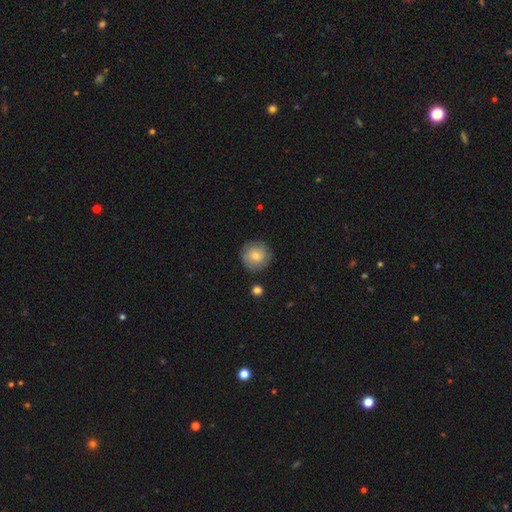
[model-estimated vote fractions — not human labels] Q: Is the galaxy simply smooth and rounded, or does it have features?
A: smooth — 63%.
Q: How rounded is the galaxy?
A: round — 94%.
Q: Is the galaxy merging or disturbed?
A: none — 84%.